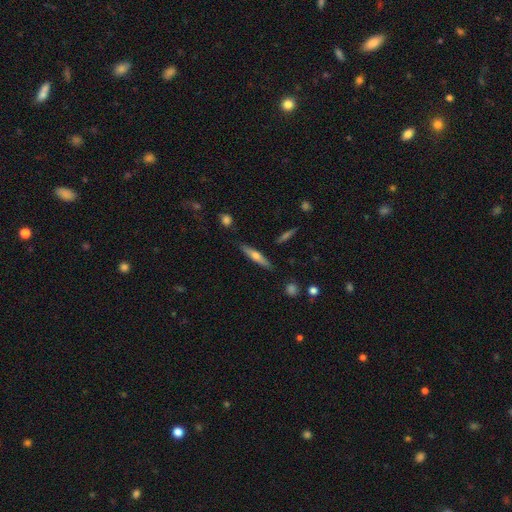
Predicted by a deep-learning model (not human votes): This appears to be a featured or disk galaxy (47%). Merging: none (85%).